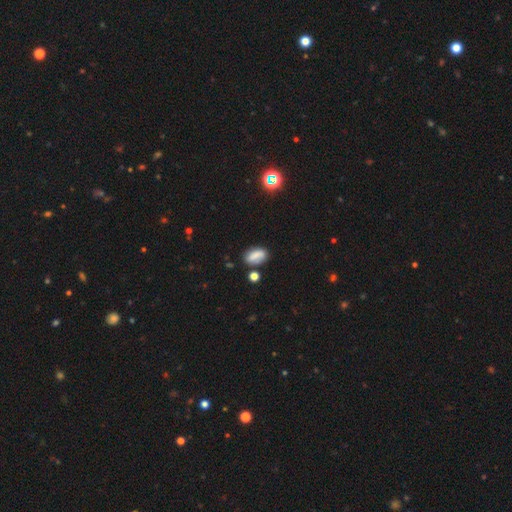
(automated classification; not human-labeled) The model was most divided on "merging": none: 69%, minor disturbance: 18%, merger: 8%, major disturbance: 5%. More confident: how rounded — in between (86%); smooth or featured — smooth (74%).